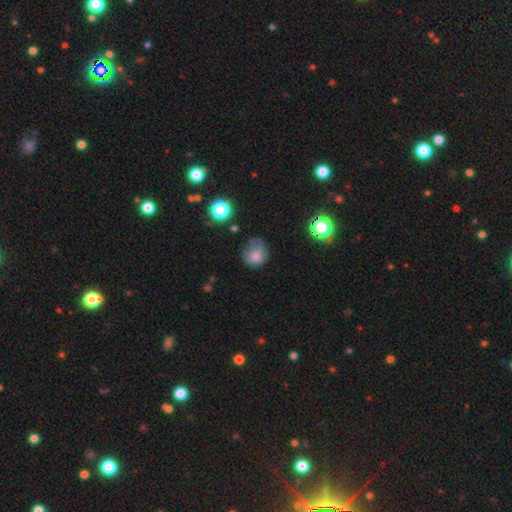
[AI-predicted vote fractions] smooth_or_featured: smooth (p=0.73) [alt: featured or disk p=0.14]
how_rounded: round (p=0.74) [alt: in between p=0.25]
merging: none (p=0.50) [alt: minor disturbance p=0.30]